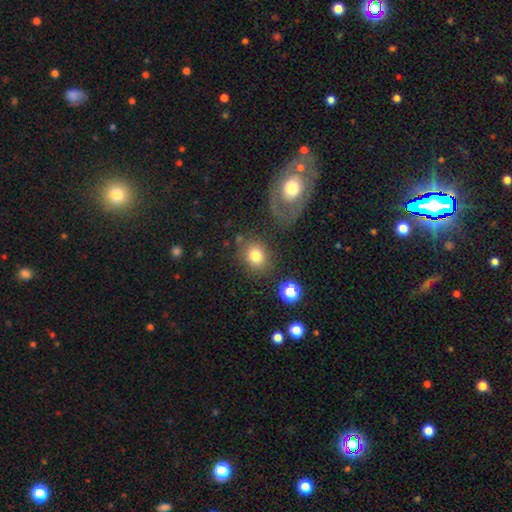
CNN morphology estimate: Smooth or featured: smooth — 80% (star or artifact — 10%)
How rounded: round — 61% (in between — 38%)
Merging: none — 73% (minor disturbance — 13%)